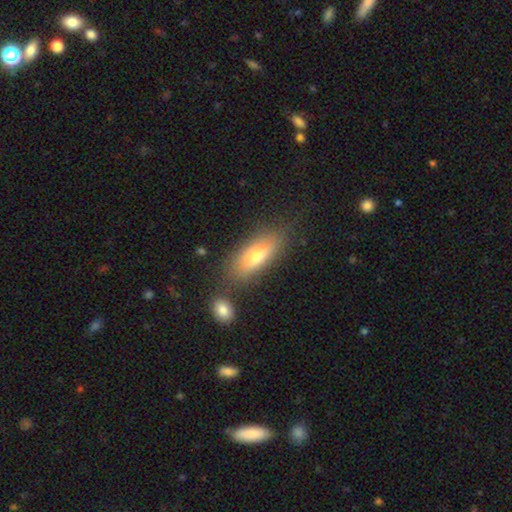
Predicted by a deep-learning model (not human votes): smooth-or-featured: smooth: 72% | featured or disk: 20% | star or artifact: 8%
  how-rounded: in between: 71% | cigar-shaped: 26% | round: 3%
  merging: none: 73% | minor disturbance: 14% | merger: 8% | major disturbance: 5%